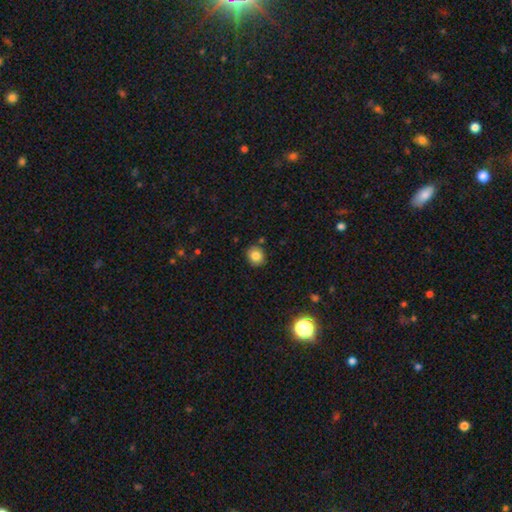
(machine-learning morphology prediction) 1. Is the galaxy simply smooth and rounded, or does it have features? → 83% smooth, 10% star or artifact, 7% featured or disk.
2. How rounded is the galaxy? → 77% round, 22% in between, 1% cigar-shaped.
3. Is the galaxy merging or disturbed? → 87% none, 9% minor disturbance, 3% merger, 2% major disturbance.